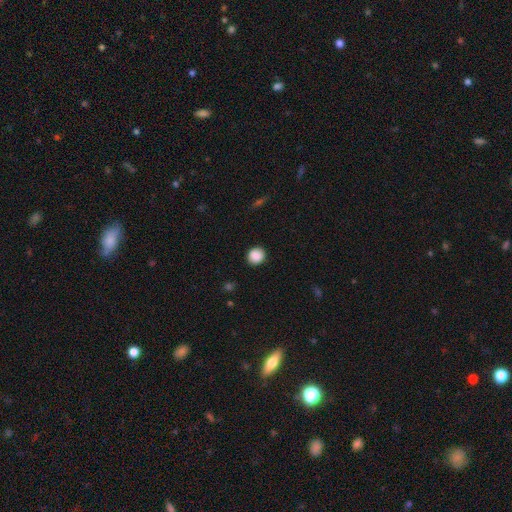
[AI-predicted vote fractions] smooth-or-featured: smooth: 89% | star or artifact: 8% | featured or disk: 3%
  how-rounded: round: 87% | in between: 12% | cigar-shaped: 1%
  merging: none: 89% | minor disturbance: 7% | major disturbance: 2% | merger: 1%